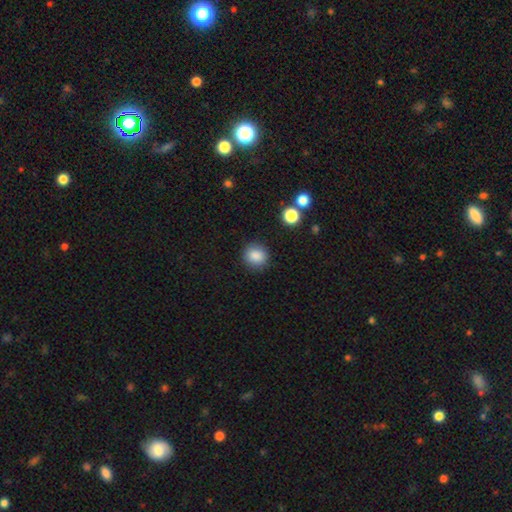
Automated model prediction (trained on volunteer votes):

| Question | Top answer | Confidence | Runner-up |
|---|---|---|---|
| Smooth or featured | smooth | 87% | star or artifact (9%) |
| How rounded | round | 86% | in between (13%) |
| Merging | none | 89% | minor disturbance (7%) |